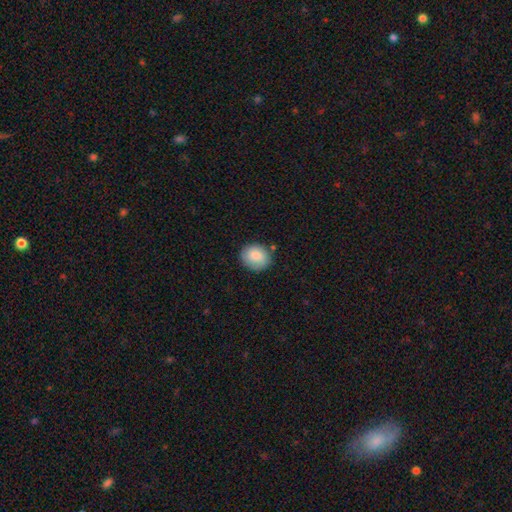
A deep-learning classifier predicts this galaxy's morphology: smooth 83%, featured or disk 10%, star or artifact 7%. Down the decision tree: how rounded — round (71%); merging — none (81%).